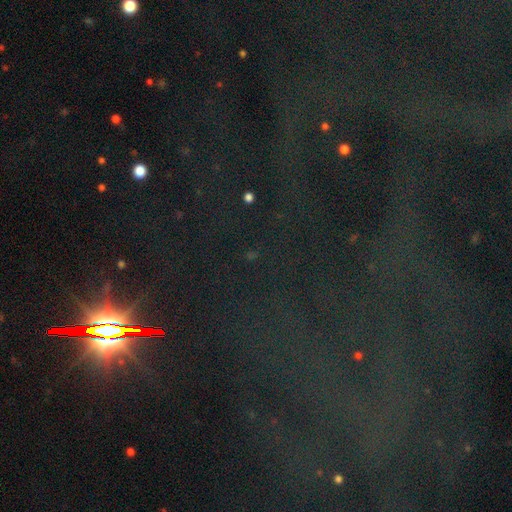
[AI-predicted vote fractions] The model was most divided on "smooth or featured": star or artifact: 86%, featured or disk: 8%, smooth: 7%.